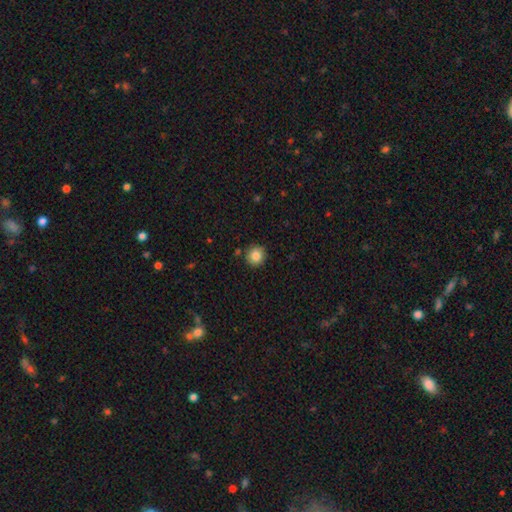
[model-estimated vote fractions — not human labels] Morphology: type=smooth (85%); roundness=round (90%); merging=none (87%).